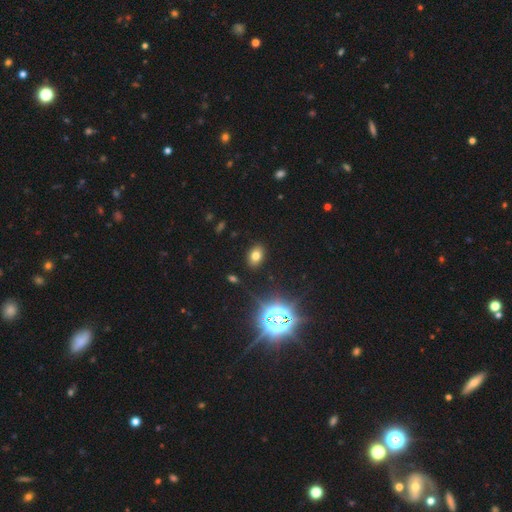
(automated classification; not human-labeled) Smooth or featured? Predicted: smooth (p=0.70). How rounded? Predicted: in between (p=0.82). Merging? Predicted: none (p=0.88).